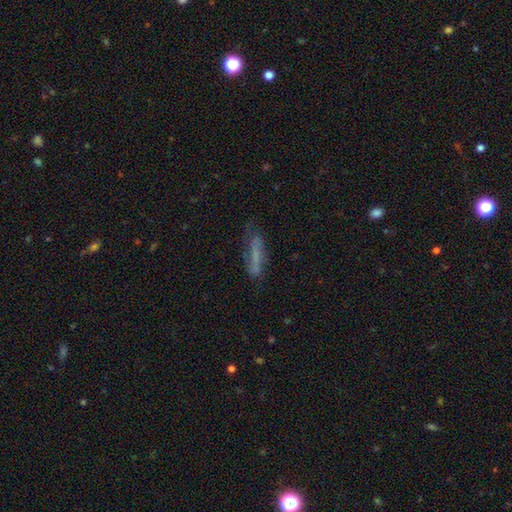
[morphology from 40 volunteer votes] Overall: featured or disk (52%; smooth 35%). Edge-on disk: no (67%; yes 33%). Bar: weak (36%, tied with no). Spiral arms: yes (57%; no 43%). Spiral arm count: 2 (88%). Spiral winding: medium (62%; tight 25%). Bulge size: none (93%). Merging: none (66%).